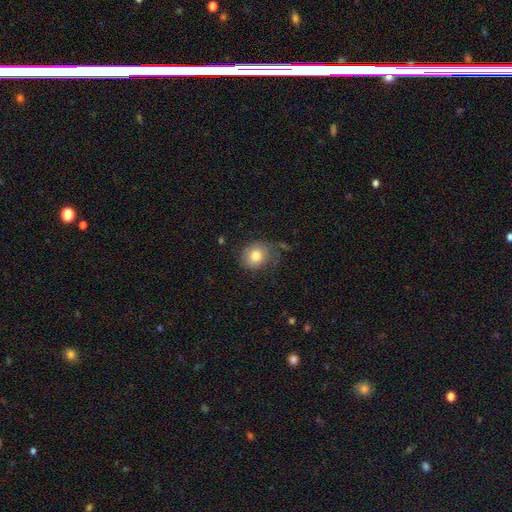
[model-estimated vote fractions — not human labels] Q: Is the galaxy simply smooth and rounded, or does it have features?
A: smooth — 80%.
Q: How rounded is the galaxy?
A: round — 68%.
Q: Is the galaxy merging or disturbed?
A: none — 60%.